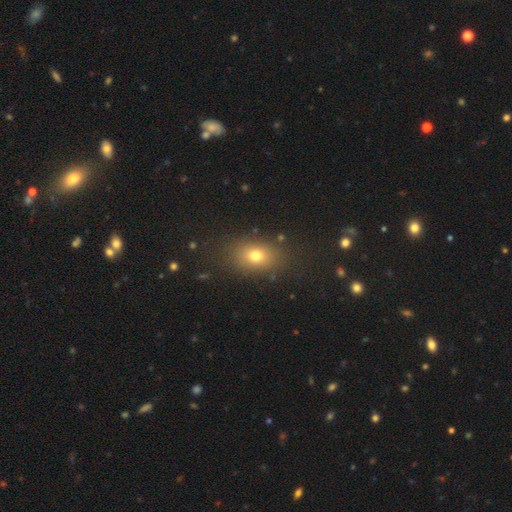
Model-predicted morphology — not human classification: A smooth galaxy with no disk features (73%) that is in between round and cigar-shaped (71%). Merging: none (82%).